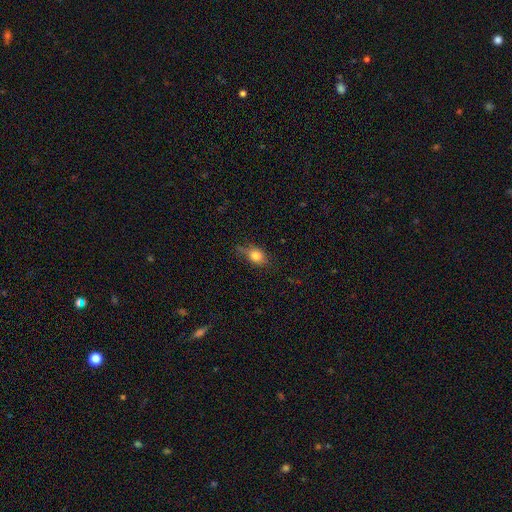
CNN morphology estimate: Smooth or featured? Predicted: smooth (p=0.79). How rounded? Predicted: in between (p=0.65). Merging? Predicted: none (p=0.55).